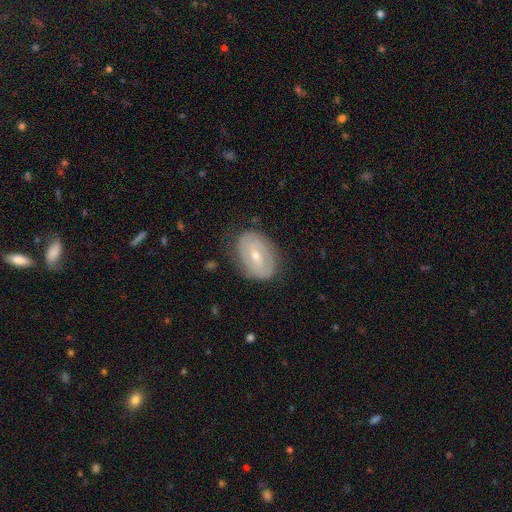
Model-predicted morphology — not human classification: A featured or disk galaxy (71%) with a weak bar (45%), spiral arms (72%) and a small central bulge (50%).

Vote fractions:
- Smooth or featured? featured or disk: 71% / smooth: 23% / star or artifact: 6%
- Edge-on disk? no: 95% / yes: 5%
- Bar? weak: 45% / no: 31% / strong: 23%
- Spiral arms? yes: 72% / no: 28%
- Bulge size? small: 50% / moderate: 47% / large: 1% / none: 1% / dominant: 1%
- Merging? none: 76% / minor disturbance: 17% / major disturbance: 5% / merger: 1%